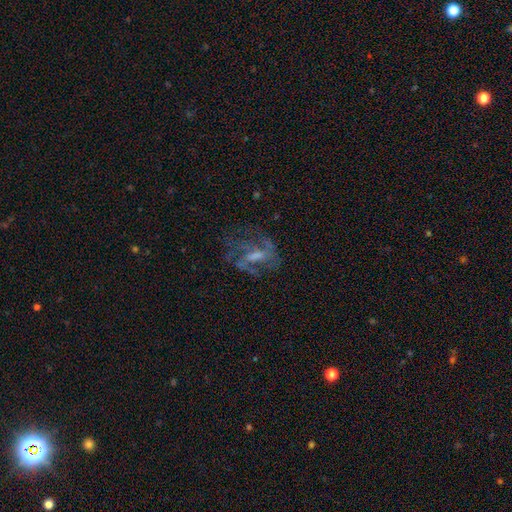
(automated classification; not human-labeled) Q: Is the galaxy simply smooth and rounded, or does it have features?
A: featured or disk — 71%.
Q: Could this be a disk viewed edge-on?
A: no — 94%.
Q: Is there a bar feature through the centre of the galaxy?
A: weak — 43%.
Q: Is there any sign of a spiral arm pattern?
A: yes — 71%.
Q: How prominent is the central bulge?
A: moderate — 36%.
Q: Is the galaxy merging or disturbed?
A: none — 49%.